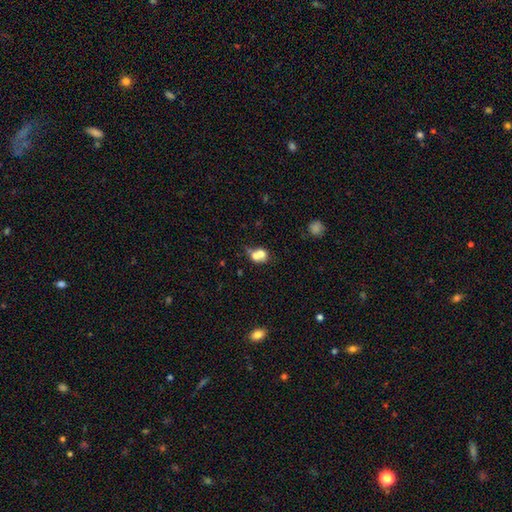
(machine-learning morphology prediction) This appears to be a smooth galaxy with no disk features (67%) that is round (62%). Merging: merger (62%).